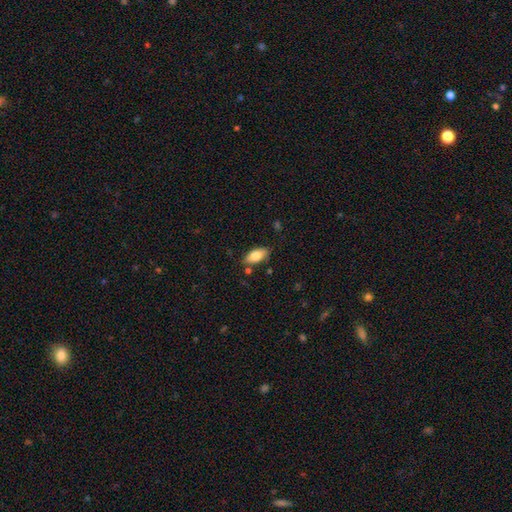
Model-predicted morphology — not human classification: Smooth or featured: smooth — 80% (featured or disk — 13%)
How rounded: in between — 89% (cigar-shaped — 8%)
Merging: none — 79% (minor disturbance — 15%)